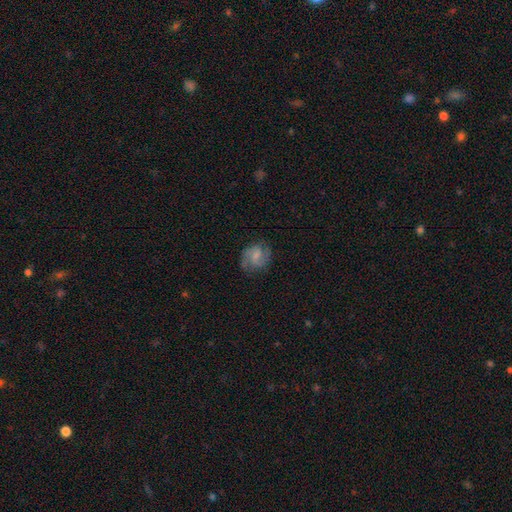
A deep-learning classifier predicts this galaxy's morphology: This appears to be a featured or disk galaxy (66%) with a weak bar (55%), 2 (84%) medium (51%) spiral arms (93%) and a small central bulge (39%). Merging: none (76%).